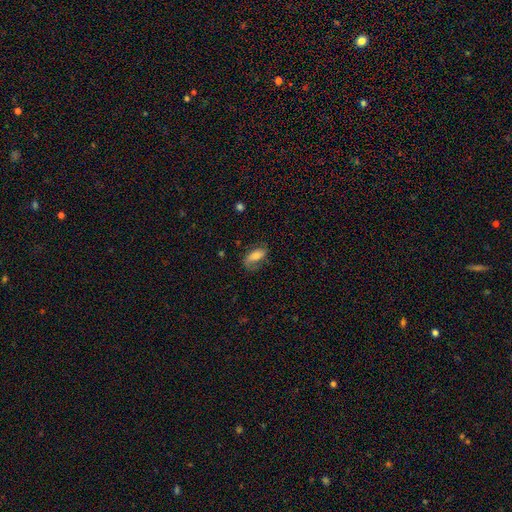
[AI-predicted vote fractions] A smooth galaxy with no disk features (54%) that is in between round and cigar-shaped (85%).

Vote fractions:
- Smooth or featured? smooth: 54% / featured or disk: 39% / star or artifact: 7%
- How rounded? in between: 85% / cigar-shaped: 10% / round: 4%
- Merging? none: 59% / minor disturbance: 24% / major disturbance: 15% / merger: 2%